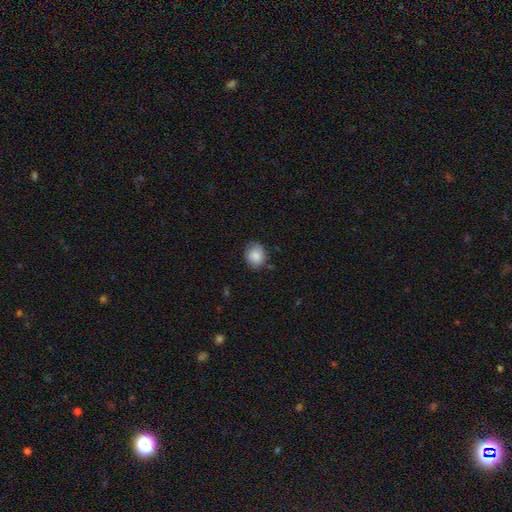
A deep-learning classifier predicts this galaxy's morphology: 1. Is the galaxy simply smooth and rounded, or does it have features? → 80% smooth, 12% featured or disk, 8% star or artifact.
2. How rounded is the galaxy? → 63% round, 36% in between, 1% cigar-shaped.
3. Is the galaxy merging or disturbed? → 70% none, 24% minor disturbance, 5% major disturbance, 2% merger.